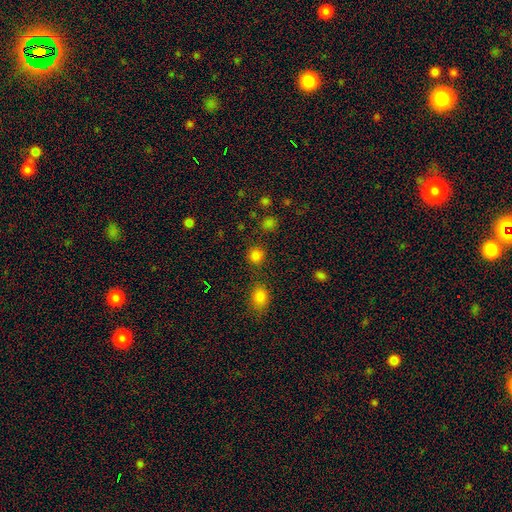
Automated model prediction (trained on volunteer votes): This is likely a smooth galaxy (79%). How rounded: clearly round (87%). Merging: clearly none (81%).